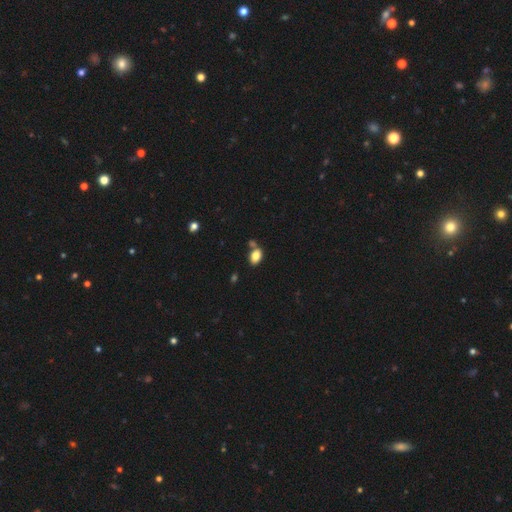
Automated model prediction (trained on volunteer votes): Q: Smooth or featured?
A: smooth (83%); runner-up: star or artifact (9%)
Q: How rounded?
A: in between (86%); runner-up: round (13%)
Q: Merging?
A: none (62%); runner-up: merger (21%)